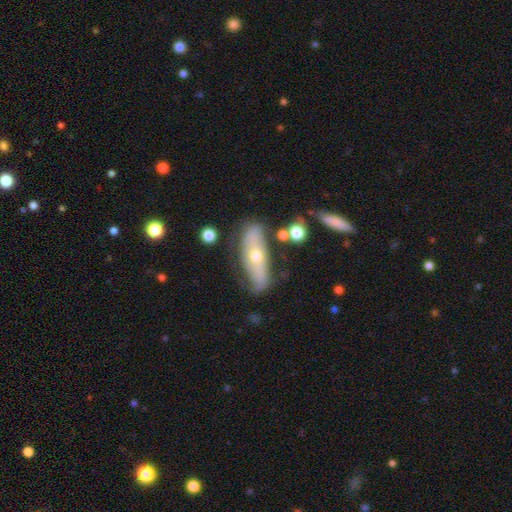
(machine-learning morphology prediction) Smooth or featured? featured or disk (58%)
Edge-on disk? no (62%)
Merging? none (67%)